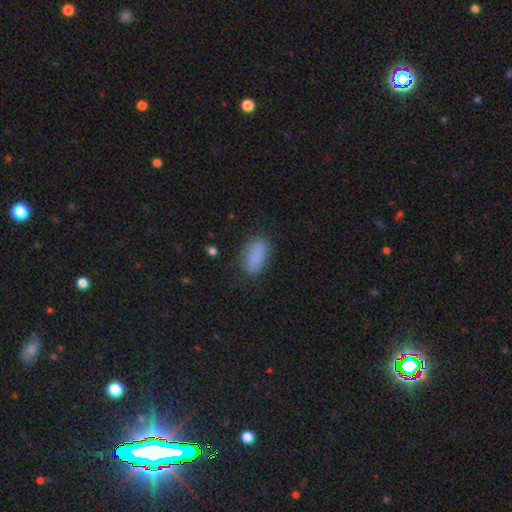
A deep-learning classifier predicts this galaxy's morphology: Overall: smooth (87%). How rounded: in between (88%). Merging: none (79%).